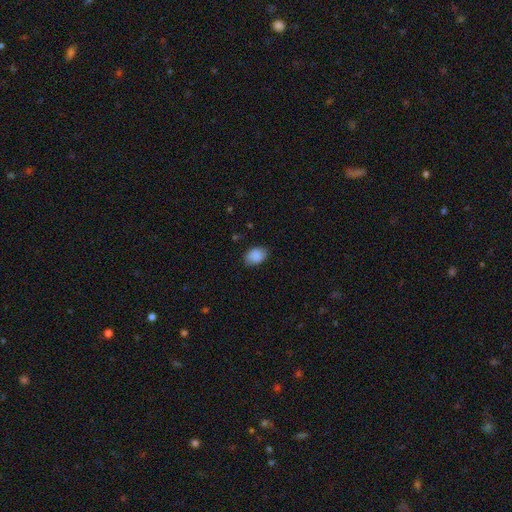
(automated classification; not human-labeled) Smooth or featured? Predicted: smooth (p=0.89). How rounded? Predicted: in between (p=0.81). Merging? Predicted: none (p=0.82).